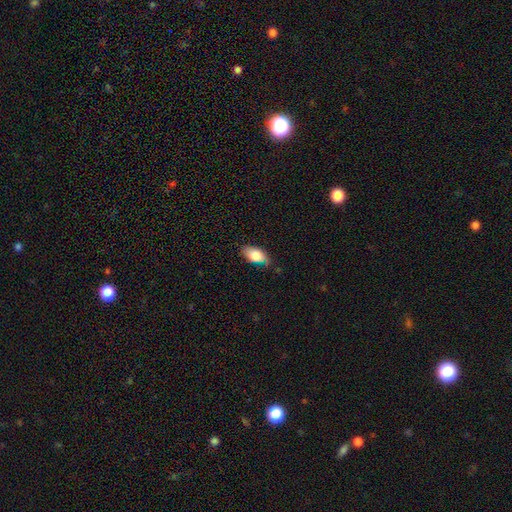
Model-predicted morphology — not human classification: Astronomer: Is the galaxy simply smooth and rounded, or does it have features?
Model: smooth — 79%.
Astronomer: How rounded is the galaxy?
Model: in between — 92%.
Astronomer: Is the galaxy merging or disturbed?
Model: none — 67%.